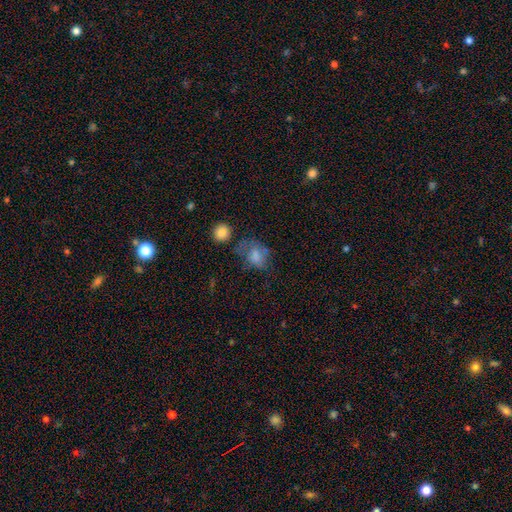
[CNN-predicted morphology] smooth-or-featured: smooth: 70% | featured or disk: 17% | star or artifact: 13%
  how-rounded: in between: 61% | round: 38% | cigar-shaped: 1%
  merging: none: 36% | major disturbance: 28% | minor disturbance: 26% | merger: 10%